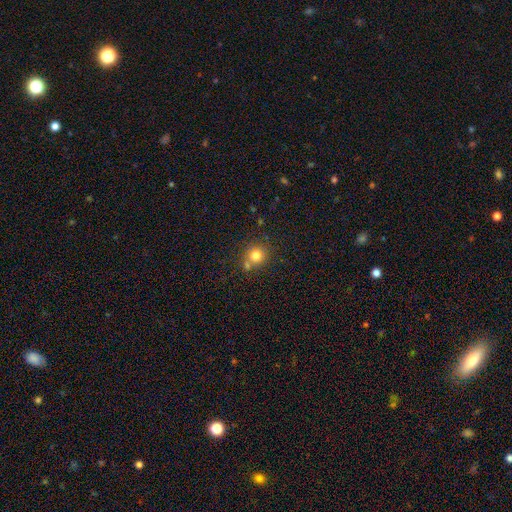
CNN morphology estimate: The model was most divided on "merging": none: 64%, merger: 23%, minor disturbance: 10%, major disturbance: 3%. More confident: how rounded — round (90%); smooth or featured — smooth (79%).